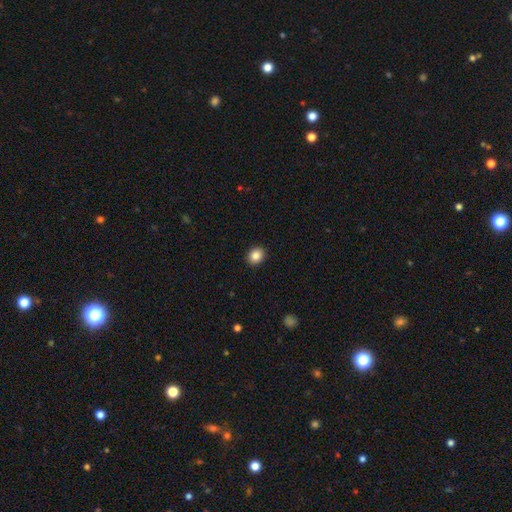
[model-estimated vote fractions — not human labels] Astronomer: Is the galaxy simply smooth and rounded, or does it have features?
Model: smooth — 85%.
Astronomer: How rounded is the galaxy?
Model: round — 65%.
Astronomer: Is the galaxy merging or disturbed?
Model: none — 92%.